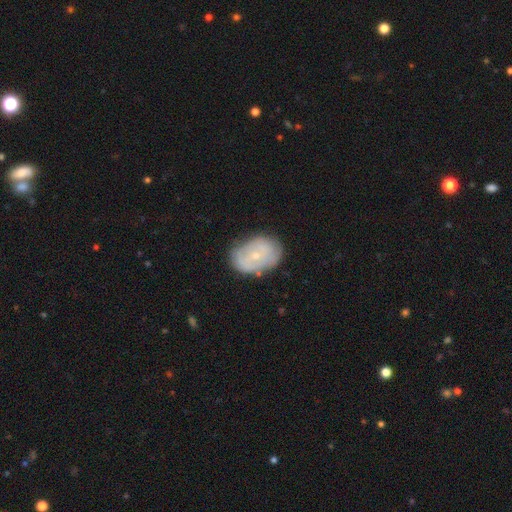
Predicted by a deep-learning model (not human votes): Morphology: type=featured or disk (49%); merging=none (70%).